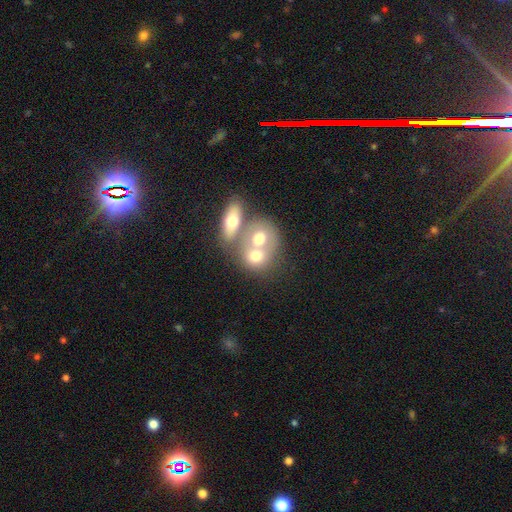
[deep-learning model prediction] A smooth galaxy with no disk features (62%) that is round (59%). Merging: merger (63%).